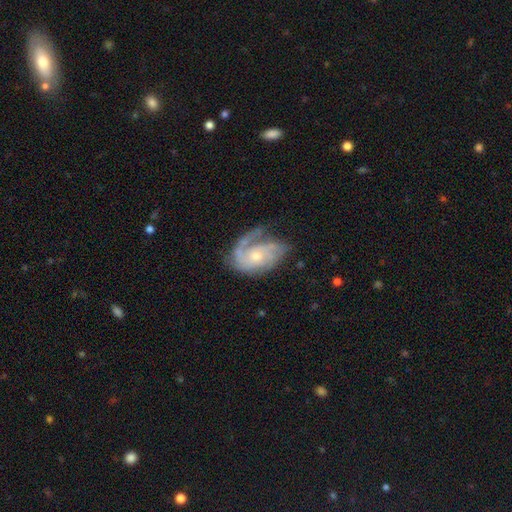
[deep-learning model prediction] This appears to be a featured or disk galaxy (84%) with no bar (74%), 2 (34%) tight (45%) spiral arms (94%) and a small central bulge (54%). Merging: none (52%).